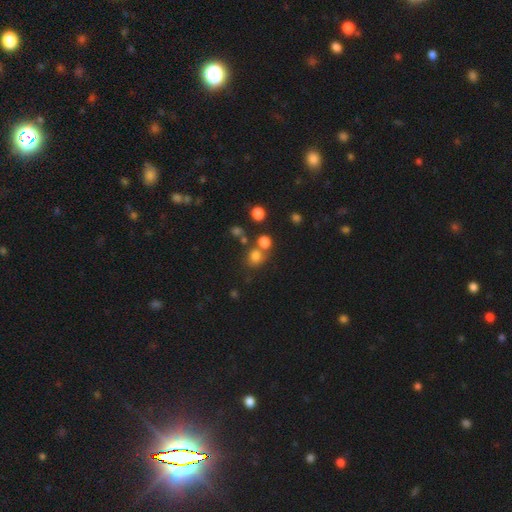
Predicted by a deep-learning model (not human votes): smooth-or-featured: smooth: 74% | star or artifact: 18% | featured or disk: 8%
  how-rounded: round: 78% | in between: 21% | cigar-shaped: 1%
  merging: none: 60% | merger: 25% | minor disturbance: 10% | major disturbance: 5%